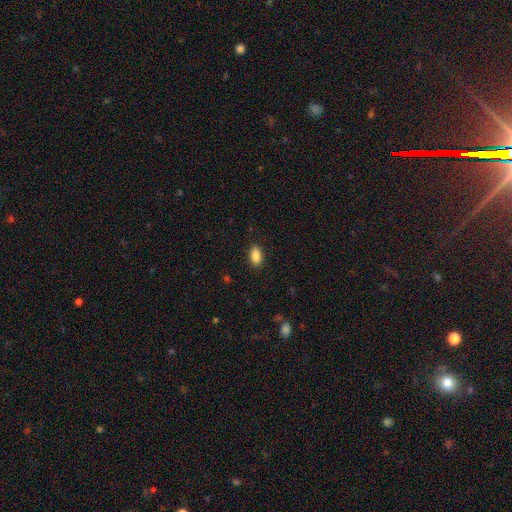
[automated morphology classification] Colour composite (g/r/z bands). It shows a smooth galaxy with no disk features (88%) that is in between round and cigar-shaped (91%). Merging: none (88%).